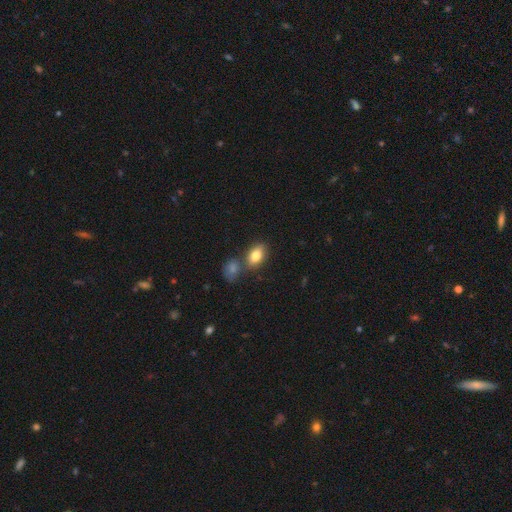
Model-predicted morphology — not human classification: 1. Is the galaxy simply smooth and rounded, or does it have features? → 82% smooth, 11% featured or disk, 8% star or artifact.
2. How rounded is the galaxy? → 88% in between, 10% round, 2% cigar-shaped.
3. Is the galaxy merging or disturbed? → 59% none, 25% merger, 12% minor disturbance, 3% major disturbance.